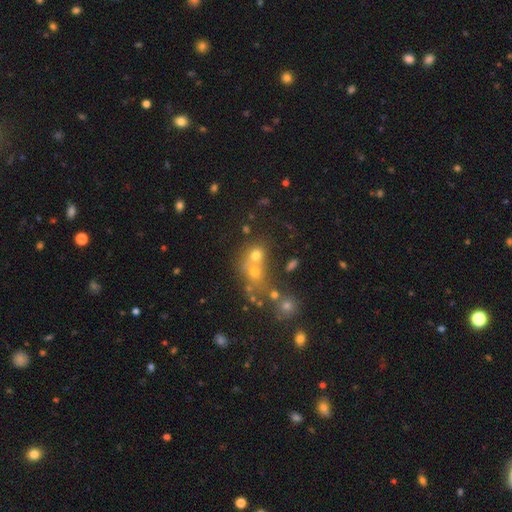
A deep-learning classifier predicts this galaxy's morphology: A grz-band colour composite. It shows a smooth galaxy with no disk features (62%) that is round (68%). Merging: merger (51%).